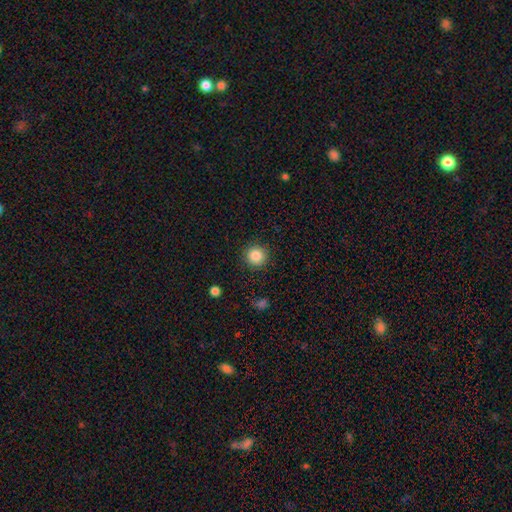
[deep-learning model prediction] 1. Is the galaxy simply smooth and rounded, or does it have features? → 85% smooth, 10% star or artifact, 5% featured or disk.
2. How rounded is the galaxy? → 95% round, 5% in between, 1% cigar-shaped.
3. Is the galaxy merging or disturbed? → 91% none, 6% minor disturbance, 2% major disturbance, 1% merger.